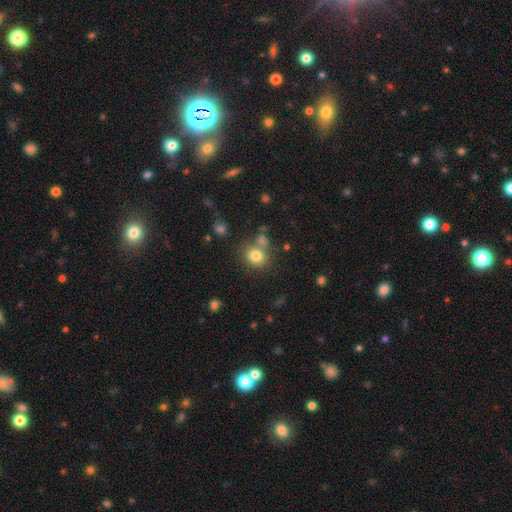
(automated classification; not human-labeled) A smooth galaxy with no disk features (80%) that is round (66%).

Vote fractions:
- Smooth or featured? smooth: 80% / star or artifact: 12% / featured or disk: 8%
- How rounded? round: 66% / in between: 33% / cigar-shaped: 1%
- Merging? none: 67% / merger: 16% / minor disturbance: 12% / major disturbance: 5%